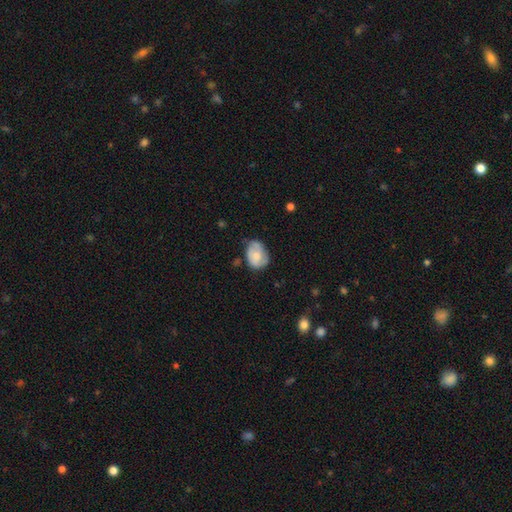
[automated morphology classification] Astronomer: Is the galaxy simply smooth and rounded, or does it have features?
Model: smooth — 67%.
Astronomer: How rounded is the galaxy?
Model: in between — 73%.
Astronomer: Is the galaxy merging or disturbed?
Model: none — 51% (runner-up: minor disturbance, 35%).